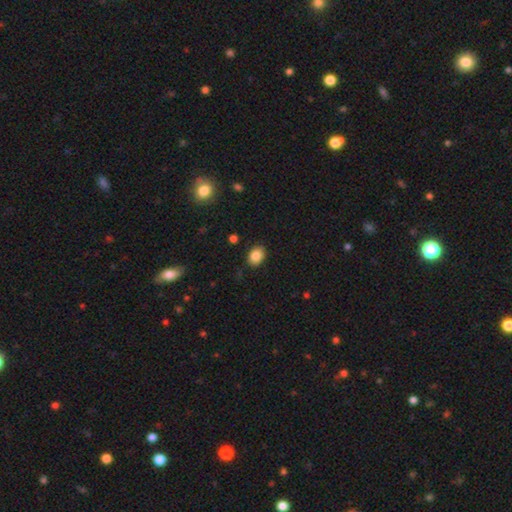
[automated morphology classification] This is clearly a smooth galaxy (85%). How rounded: likely in between (69%). Merging: clearly none (87%).